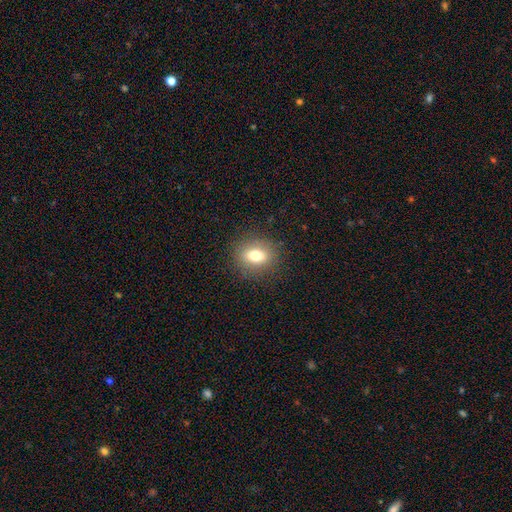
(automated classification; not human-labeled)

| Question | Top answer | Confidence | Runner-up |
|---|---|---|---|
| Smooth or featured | smooth | 75% | featured or disk (14%) |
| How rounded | in between | 56% | round (42%) |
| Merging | none | 86% | minor disturbance (9%) |